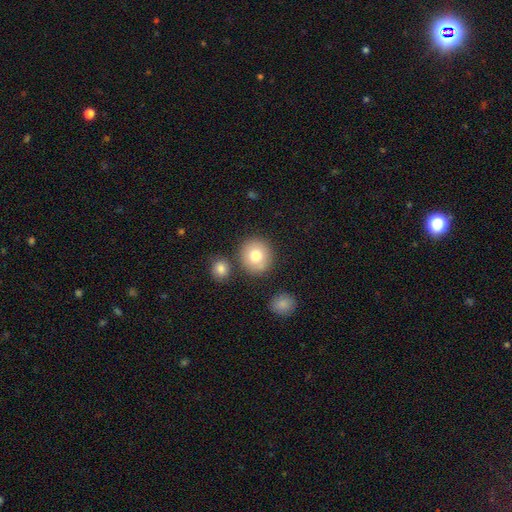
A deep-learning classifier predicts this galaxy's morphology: Smooth or featured?
  - smooth: 78% *
  - featured or disk: 13%
  - star or artifact: 9%
How rounded?
  - round: 90% *
  - in between: 9%
  - cigar-shaped: 1%
Merging?
  - none: 79% *
  - merger: 9%
  - minor disturbance: 9%
  - major disturbance: 3%